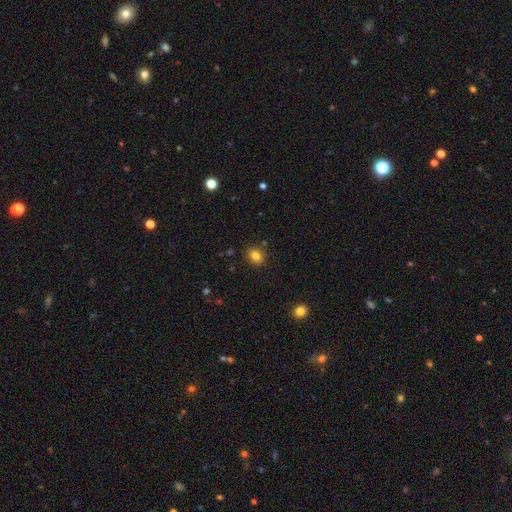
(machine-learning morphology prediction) type=smooth (82%); roundness=round (60%); merging=none (86%).